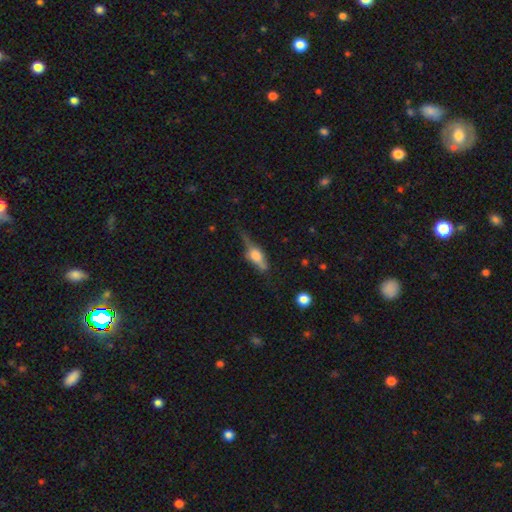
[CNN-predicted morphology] type=featured or disk (55%); edge-on=yes (89%); merging=none (54%).